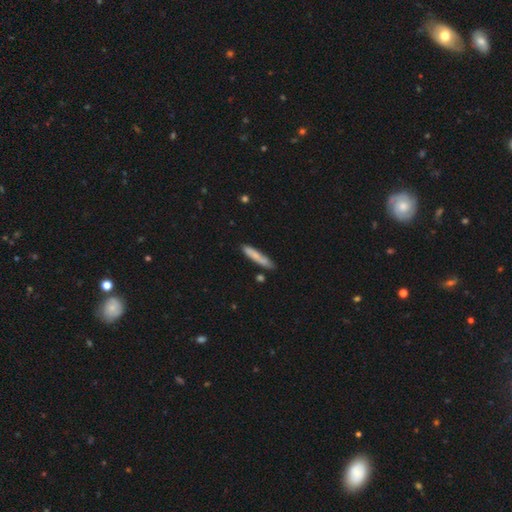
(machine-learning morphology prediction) Q: Smooth or featured?
A: smooth (75%); runner-up: featured or disk (19%)
Q: How rounded?
A: cigar-shaped (92%); runner-up: in between (7%)
Q: Merging?
A: none (77%); runner-up: minor disturbance (15%)